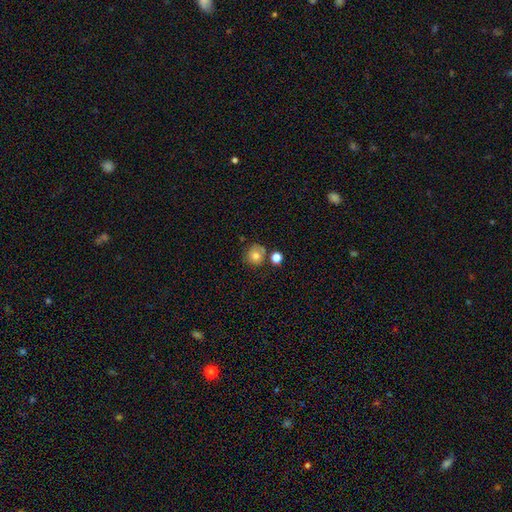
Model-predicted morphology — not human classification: smooth_or_featured: smooth (p=0.74) [alt: featured or disk p=0.15]
how_rounded: round (p=0.88) [alt: in between p=0.11]
merging: none (p=0.64) [alt: merger p=0.15]